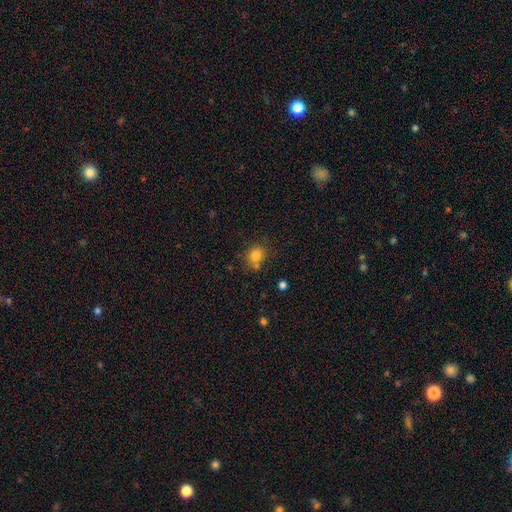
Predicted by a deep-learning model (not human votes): This is clearly a smooth galaxy (81%). How rounded: likely round (69%). Merging: likely none (67%).